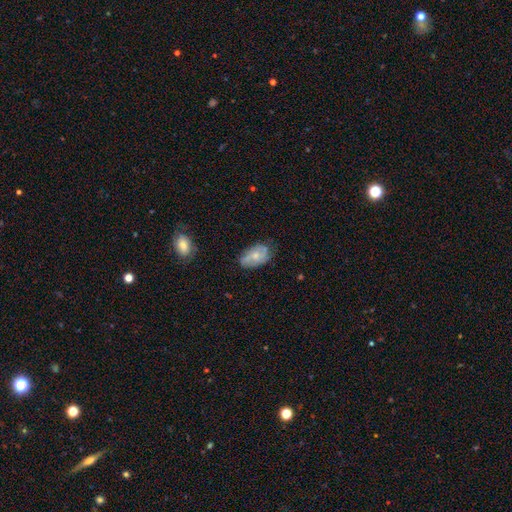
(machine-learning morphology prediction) type=smooth (51%); roundness=in between (91%); merging=none (63%).